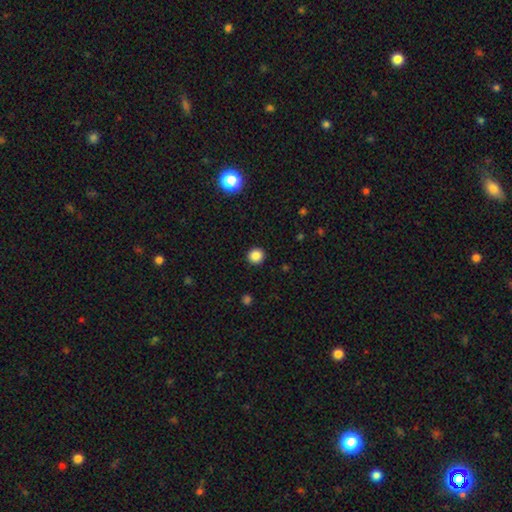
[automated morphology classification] A smooth galaxy with no disk features (85%) that is round (94%).

Vote fractions:
- Smooth or featured? smooth: 85% / star or artifact: 11% / featured or disk: 3%
- How rounded? round: 94% / in between: 5% / cigar-shaped: 1%
- Merging? none: 93% / minor disturbance: 4% / major disturbance: 2% / merger: 1%